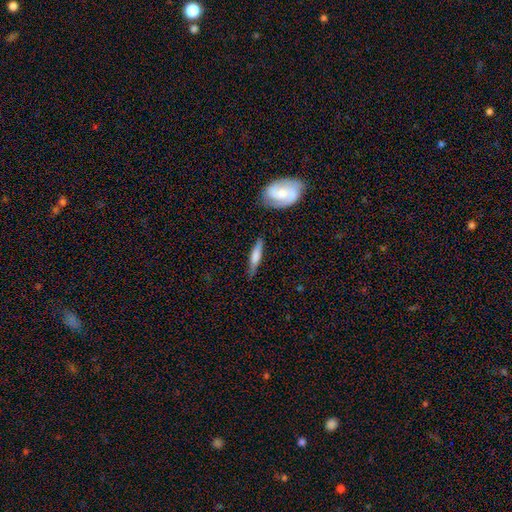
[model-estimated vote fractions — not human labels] smooth-or-featured: smooth: 64% | featured or disk: 31% | star or artifact: 6%
  how-rounded: cigar-shaped: 83% | in between: 15% | round: 2%
  merging: none: 79% | minor disturbance: 15% | major disturbance: 3% | merger: 3%